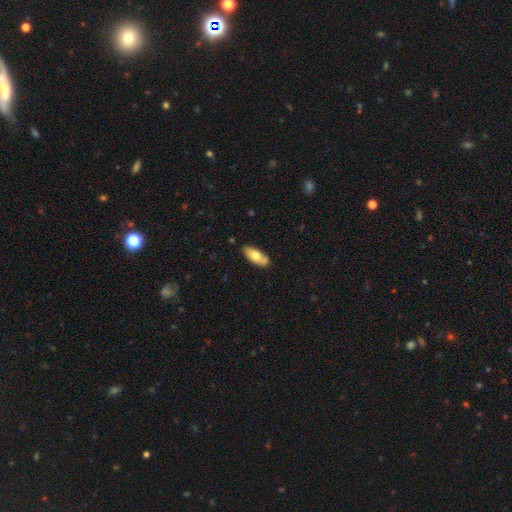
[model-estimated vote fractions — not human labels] Smooth or featured: smooth — 69% (featured or disk — 25%)
How rounded: in between — 81% (cigar-shaped — 16%)
Merging: none — 72% (minor disturbance — 16%)